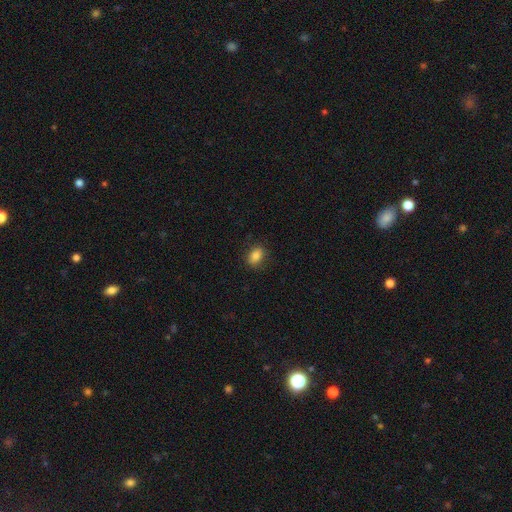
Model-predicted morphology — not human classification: type=smooth (84%); roundness=in between (74%); merging=none (84%).